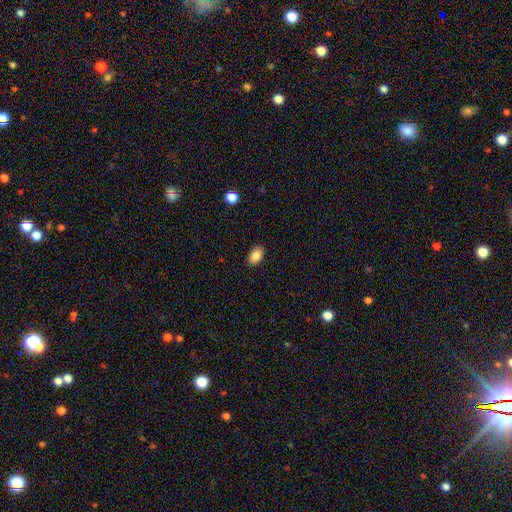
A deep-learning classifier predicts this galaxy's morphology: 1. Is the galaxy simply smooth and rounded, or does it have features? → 86% smooth, 8% star or artifact, 5% featured or disk.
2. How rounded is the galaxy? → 89% in between, 10% round, 1% cigar-shaped.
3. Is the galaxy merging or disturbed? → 88% none, 9% minor disturbance, 2% major disturbance, 1% merger.